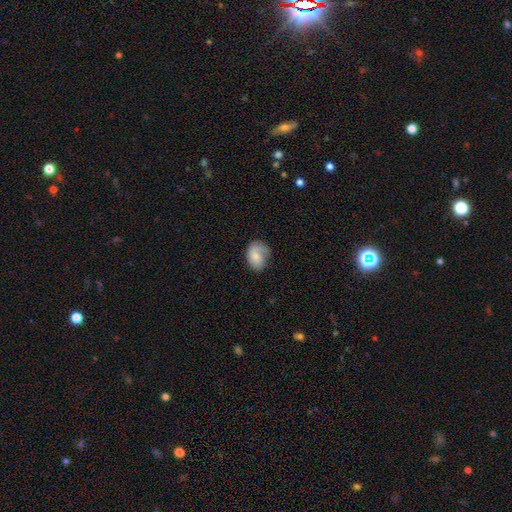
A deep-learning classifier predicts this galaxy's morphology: This appears to be a smooth galaxy with no disk features (77%) that is in between round and cigar-shaped (76%). Merging: none (50%).